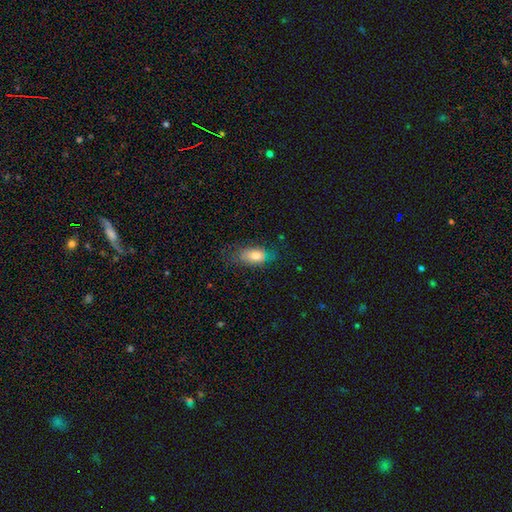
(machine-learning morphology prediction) Smooth or featured? Predicted: smooth (p=0.75). How rounded? Predicted: in between (p=0.88). Merging? Predicted: none (p=0.61).